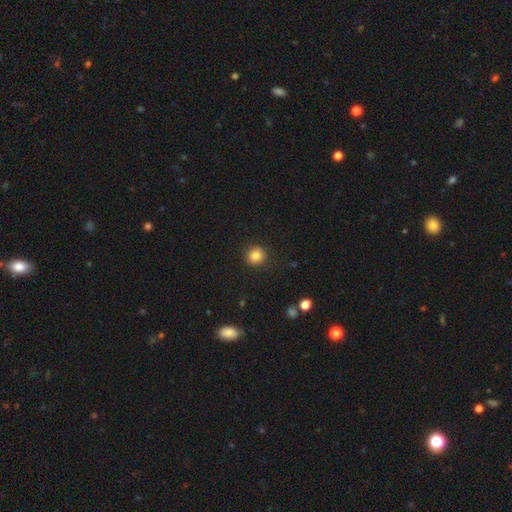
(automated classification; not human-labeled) Smooth or featured: smooth — 84% (star or artifact — 11%)
How rounded: round — 92% (in between — 7%)
Merging: none — 91% (minor disturbance — 6%)